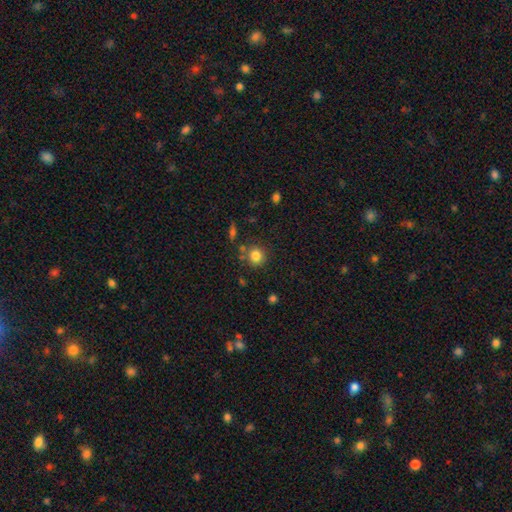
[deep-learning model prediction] smooth_or_featured: smooth (p=0.82) [alt: star or artifact p=0.11]
how_rounded: round (p=0.88) [alt: in between p=0.11]
merging: none (p=0.77) [alt: minor disturbance p=0.11]